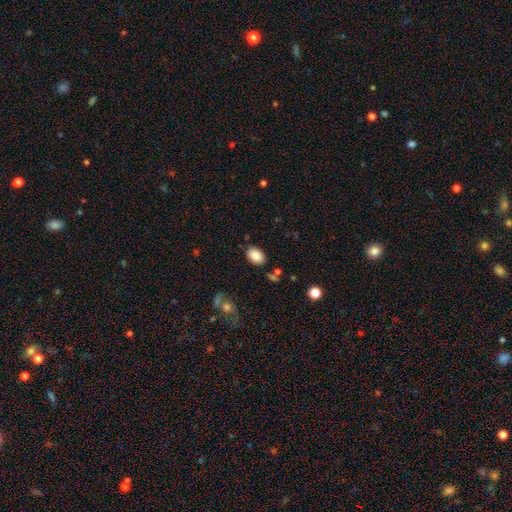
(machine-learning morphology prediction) Smooth or featured? smooth (85%)
How rounded? in between (86%)
Merging? none (84%)